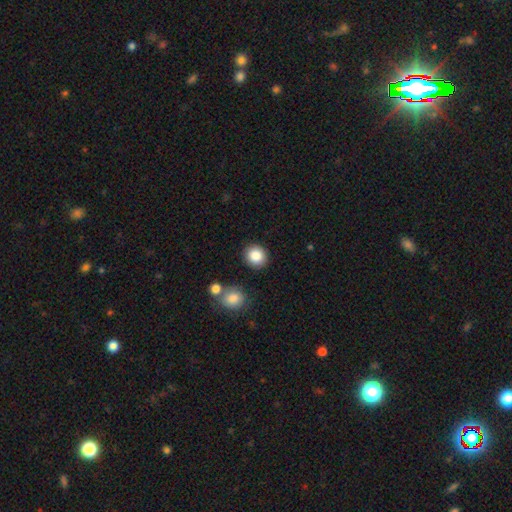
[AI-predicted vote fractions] Smooth or featured?
  - smooth: 87% *
  - star or artifact: 9%
  - featured or disk: 5%
How rounded?
  - round: 85% *
  - in between: 14%
  - cigar-shaped: 1%
Merging?
  - none: 86% *
  - minor disturbance: 8%
  - merger: 3%
  - major disturbance: 2%